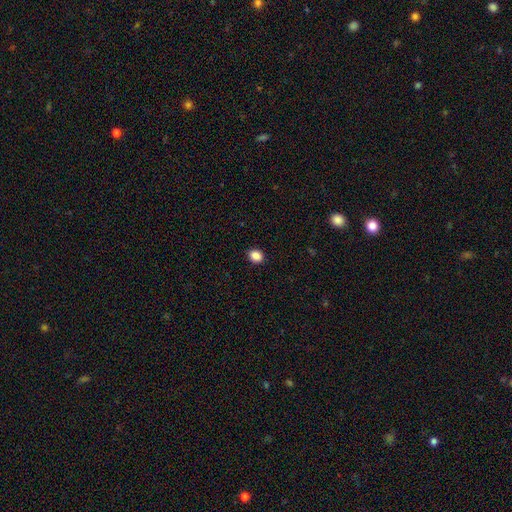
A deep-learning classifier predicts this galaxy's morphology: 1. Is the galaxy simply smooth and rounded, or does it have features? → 88% smooth, 10% star or artifact, 3% featured or disk.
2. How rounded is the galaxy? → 55% round, 44% in between, 1% cigar-shaped.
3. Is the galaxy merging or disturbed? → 91% none, 7% minor disturbance, 2% major disturbance, 1% merger.